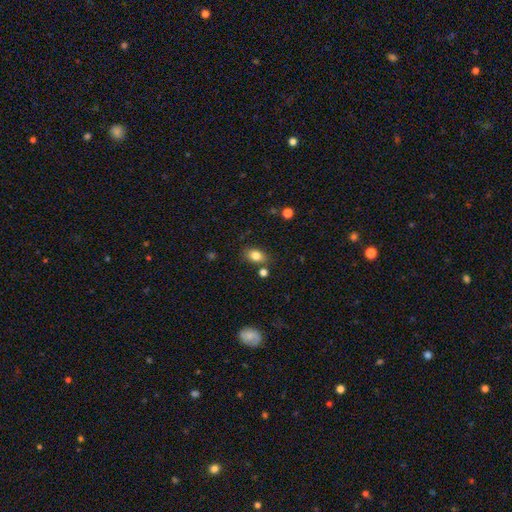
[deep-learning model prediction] smooth-or-featured: smooth: 82% | star or artifact: 10% | featured or disk: 9%
  how-rounded: in between: 82% | round: 17% | cigar-shaped: 2%
  merging: none: 77% | minor disturbance: 13% | merger: 7% | major disturbance: 3%